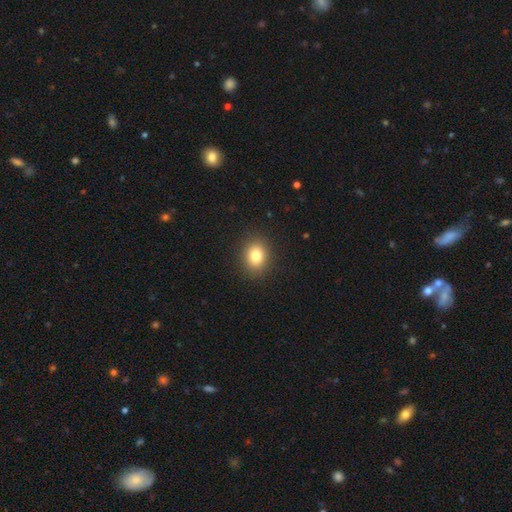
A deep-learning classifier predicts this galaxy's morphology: smooth-or-featured: smooth: 81% | star or artifact: 11% | featured or disk: 8%
  how-rounded: round: 53% | in between: 46% | cigar-shaped: 1%
  merging: none: 90% | minor disturbance: 7% | major disturbance: 2% | merger: 1%